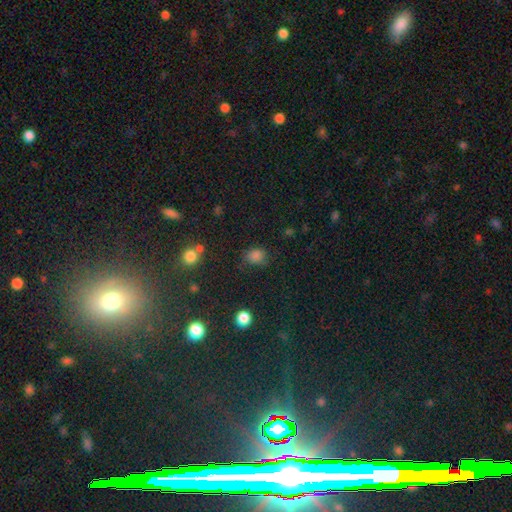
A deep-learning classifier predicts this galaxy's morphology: A smooth galaxy with no disk features (79%) that is round (56%). Merging: none (68%).